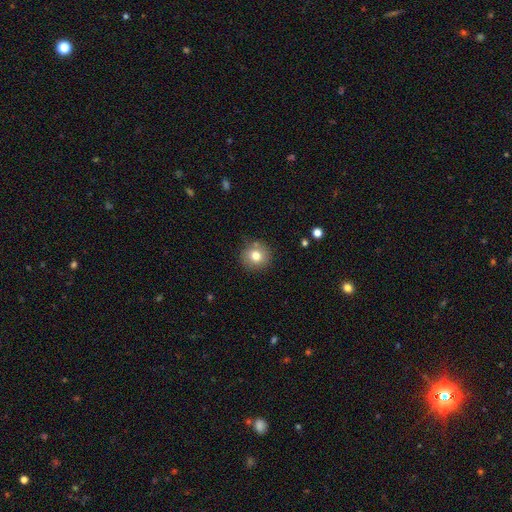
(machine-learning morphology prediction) Smooth or featured: smooth — 78% (star or artifact — 11%)
How rounded: round — 92% (in between — 7%)
Merging: none — 85% (minor disturbance — 10%)